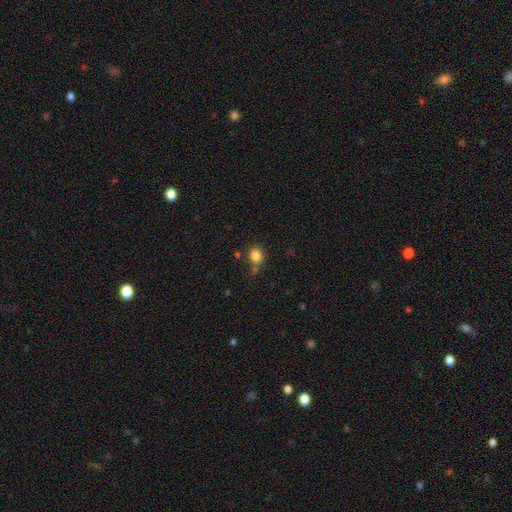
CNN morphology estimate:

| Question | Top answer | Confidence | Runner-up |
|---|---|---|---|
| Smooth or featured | smooth | 84% | star or artifact (12%) |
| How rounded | round | 70% | in between (29%) |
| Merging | none | 71% | minor disturbance (15%) |